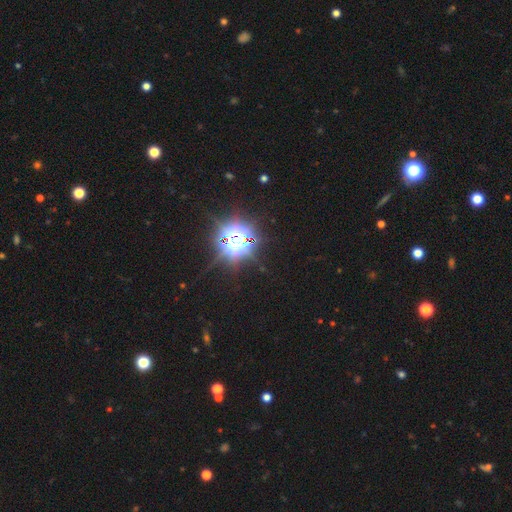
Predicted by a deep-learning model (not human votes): This is clearly a star or artifact rather than a galaxy (84%).